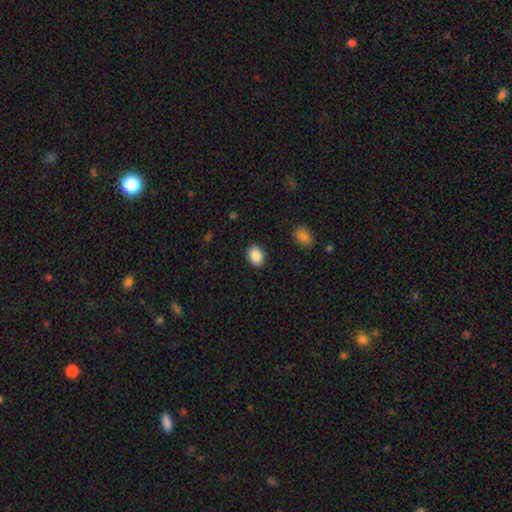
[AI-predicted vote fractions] Overall: smooth (88%). How rounded: in between (75%). Merging: none (88%).